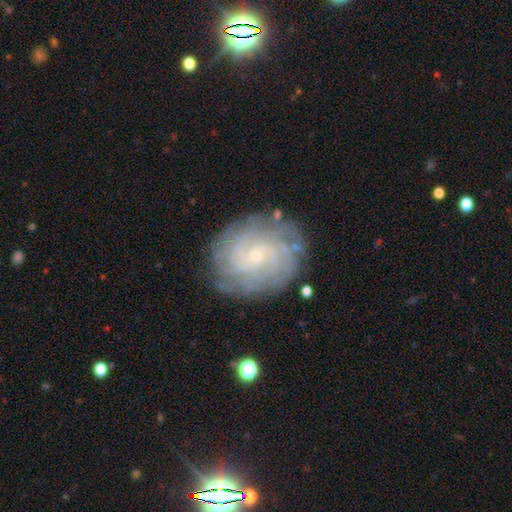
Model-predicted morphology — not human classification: Smooth or featured? featured or disk (83%)
Edge-on disk? no (97%)
Bar? no (72%)
Spiral arms? yes (96%)
Spiral winding? tight (78%)
Spiral arm count? can't tell (32%)
Bulge size? small (85%)
Merging? none (82%)